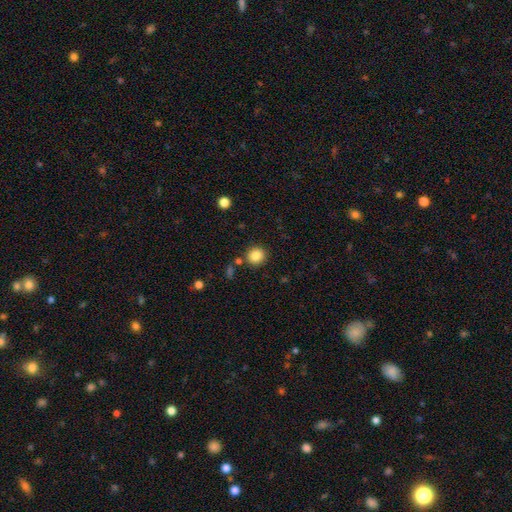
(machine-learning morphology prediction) Smooth or featured? Predicted: smooth (p=0.85). How rounded? Predicted: round (p=0.91). Merging? Predicted: none (p=0.86).